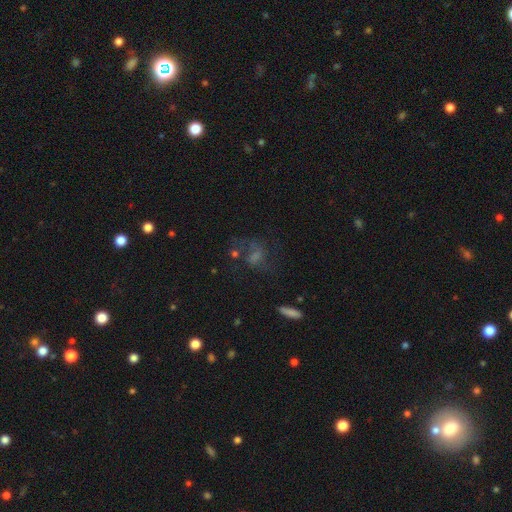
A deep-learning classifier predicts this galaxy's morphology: smooth_or_featured: featured or disk (p=0.44) [alt: star or artifact p=0.28]
merging: none (p=0.55) [alt: major disturbance p=0.22]